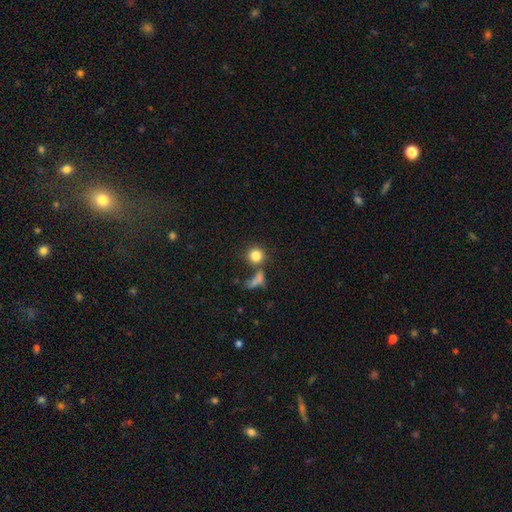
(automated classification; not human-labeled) Smooth or featured? smooth (82%)
How rounded? round (89%)
Merging? none (64%)